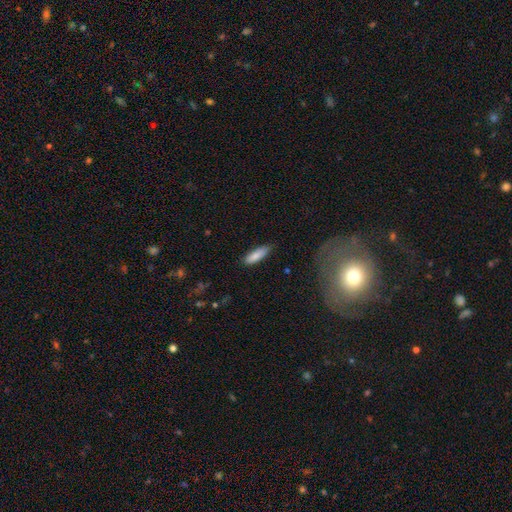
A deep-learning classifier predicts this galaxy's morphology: type=smooth (84%); roundness=cigar-shaped (51%); merging=none (78%).